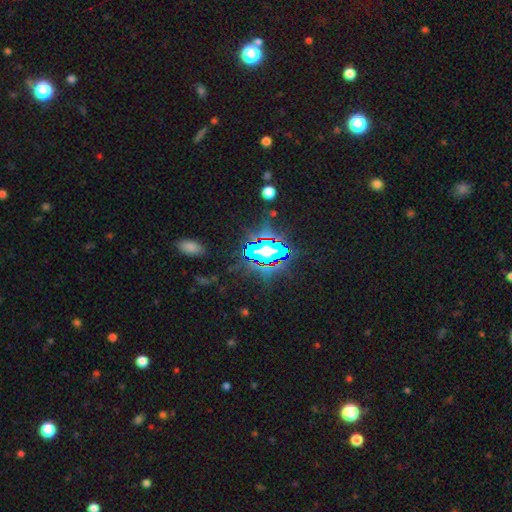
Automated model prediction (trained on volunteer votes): smooth-or-featured: star or artifact: 73% | smooth: 15% | featured or disk: 12%